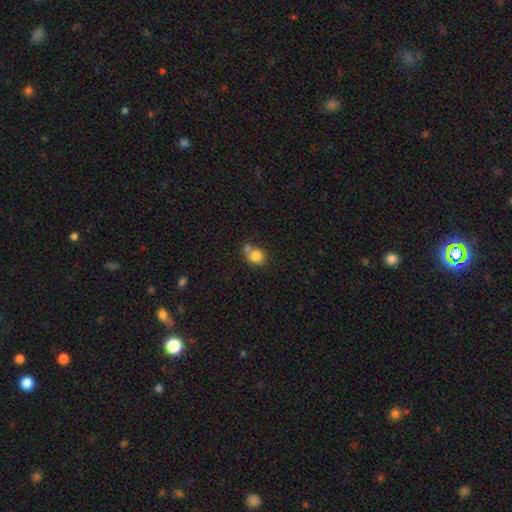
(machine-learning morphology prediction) Overall: smooth (80%). How rounded: round (77%). Merging: none (46%; merger 38%).